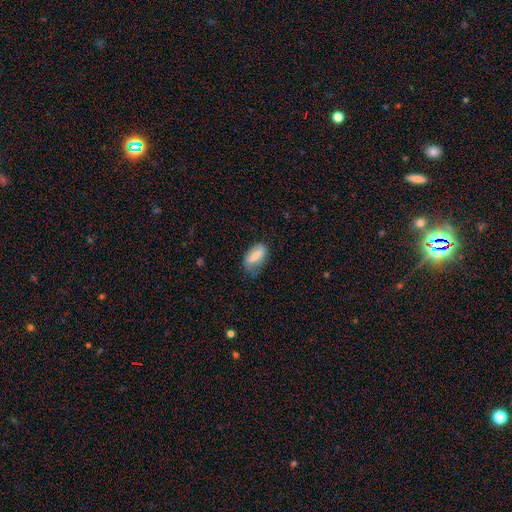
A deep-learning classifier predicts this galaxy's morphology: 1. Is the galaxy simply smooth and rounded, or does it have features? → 57% smooth, 35% featured or disk, 8% star or artifact.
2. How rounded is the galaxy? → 88% in between, 7% round, 5% cigar-shaped.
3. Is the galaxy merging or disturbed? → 55% none, 31% minor disturbance, 11% major disturbance, 2% merger.